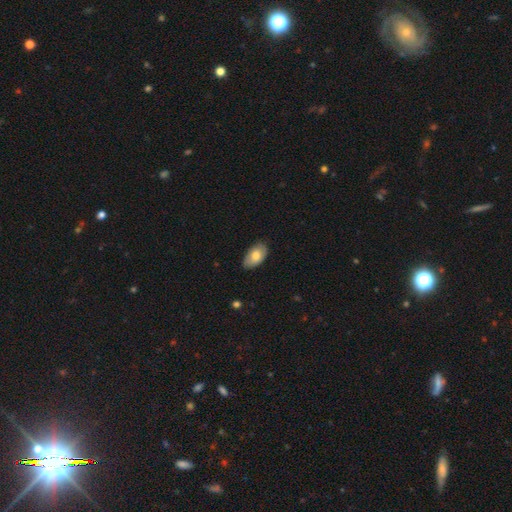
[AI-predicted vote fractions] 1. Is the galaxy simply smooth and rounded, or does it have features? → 75% smooth, 18% featured or disk, 6% star or artifact.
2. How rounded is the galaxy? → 94% in between, 4% round, 2% cigar-shaped.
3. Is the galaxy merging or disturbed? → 81% none, 16% minor disturbance, 2% major disturbance, 1% merger.